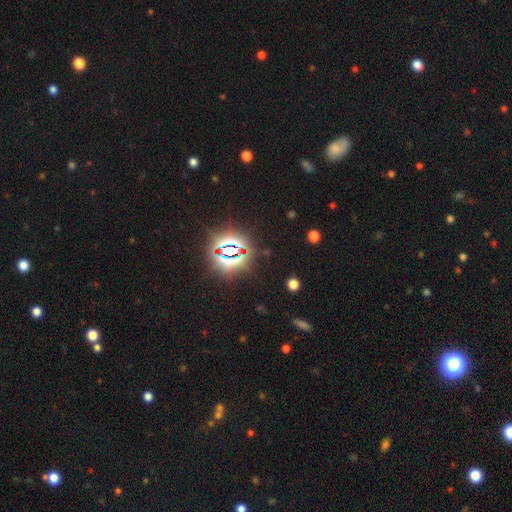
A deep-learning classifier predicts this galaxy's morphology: A star or artifact, not a galaxy (83%).